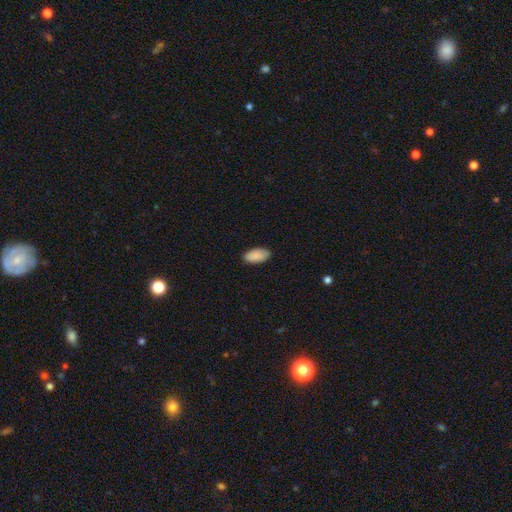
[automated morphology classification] Smooth or featured? smooth (90%)
How rounded? in between (95%)
Merging? none (86%)